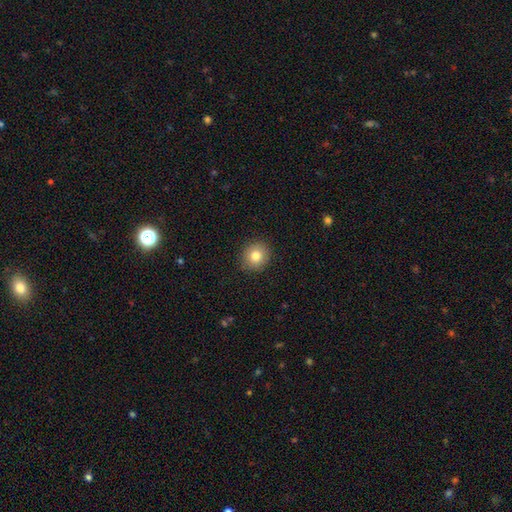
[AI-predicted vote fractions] A smooth galaxy with no disk features (81%) that is round (85%). Merging: none (90%).